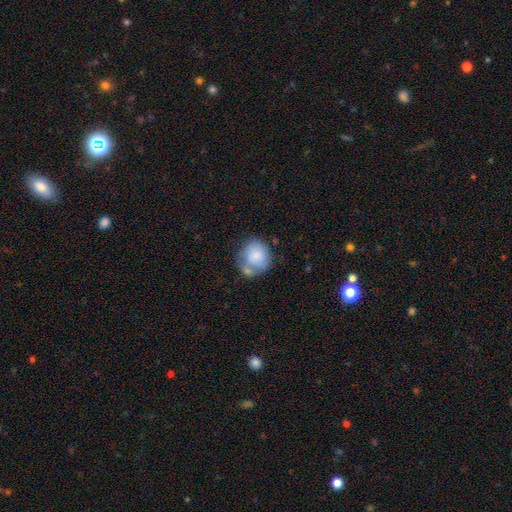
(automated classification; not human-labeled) smooth 77%, featured or disk 16%, star or artifact 7%. Down the decision tree: how rounded — round (77%); merging — none (42%).